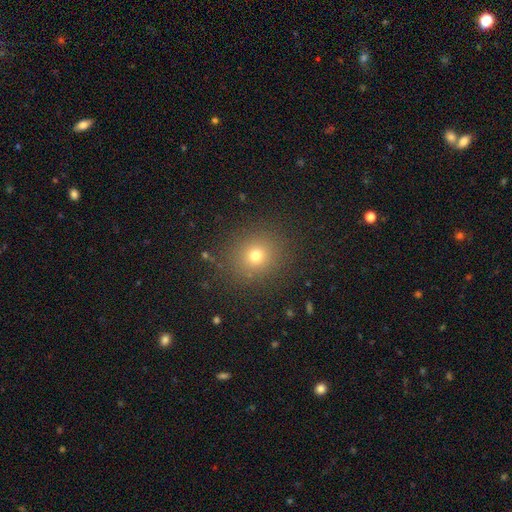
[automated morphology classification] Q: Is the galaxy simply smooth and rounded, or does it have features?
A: smooth — 72%.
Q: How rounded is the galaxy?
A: round — 86%.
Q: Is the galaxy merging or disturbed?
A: none — 88%.